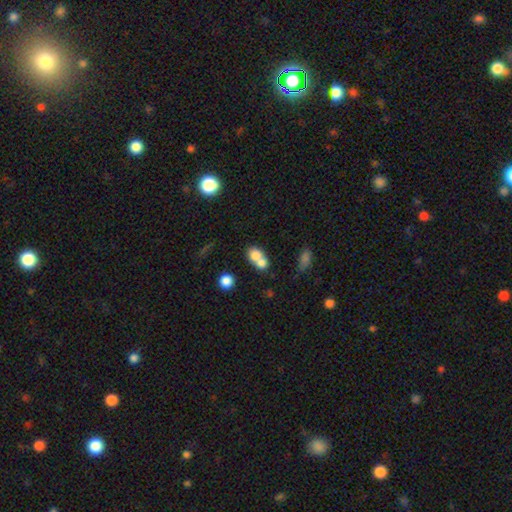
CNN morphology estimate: A smooth galaxy with no disk features (73%) that is round (61%). Merging: merger (65%).